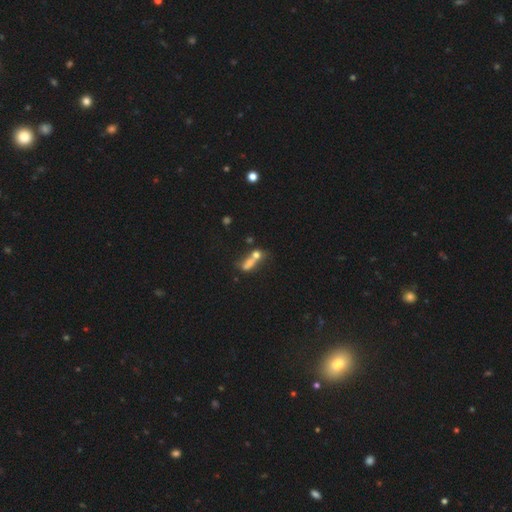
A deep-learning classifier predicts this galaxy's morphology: smooth 61%, featured or disk 23%, star or artifact 16%. Down the decision tree: how rounded — in between (46%); merging — merger (46%).